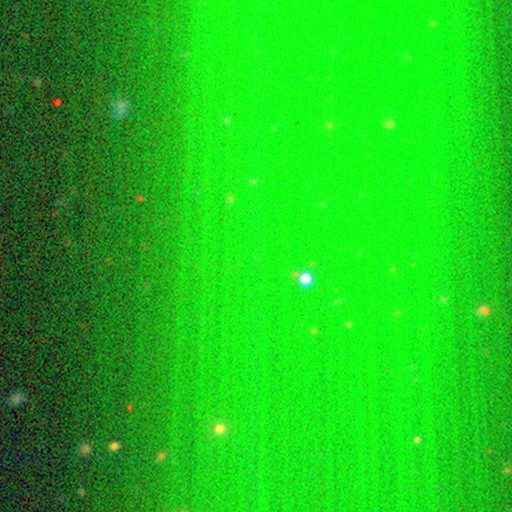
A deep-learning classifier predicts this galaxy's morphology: Q: Smooth or featured?
A: star or artifact (82%); runner-up: smooth (10%)